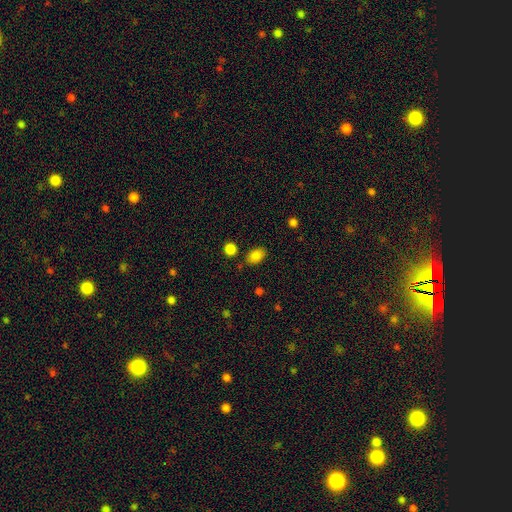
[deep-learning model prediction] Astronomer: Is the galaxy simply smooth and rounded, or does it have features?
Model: smooth — 85%.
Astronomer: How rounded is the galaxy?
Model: in between — 84%.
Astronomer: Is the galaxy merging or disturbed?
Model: none — 78%.